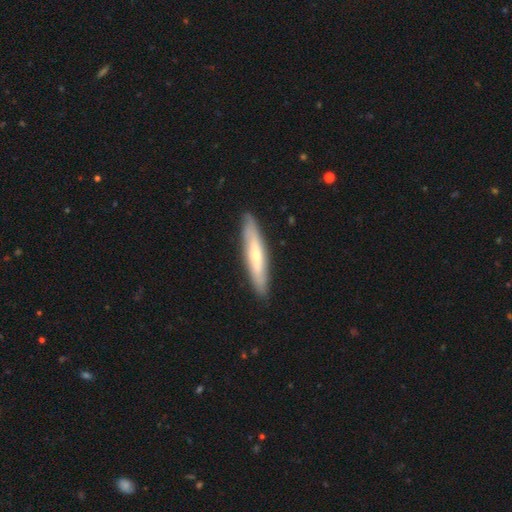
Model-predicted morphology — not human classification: smooth-or-featured: smooth: 48% | featured or disk: 47% | star or artifact: 5%
  merging: none: 88% | minor disturbance: 9% | major disturbance: 2% | merger: 1%